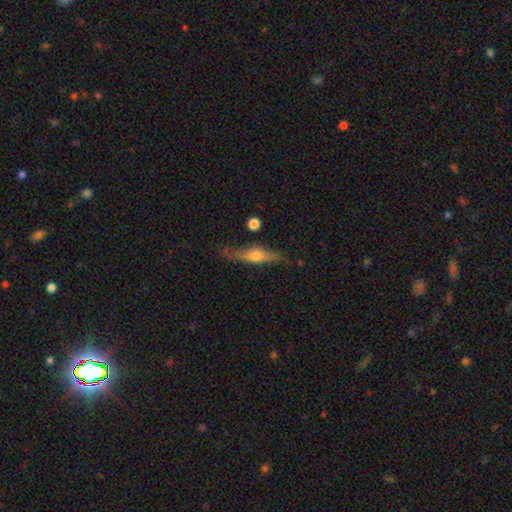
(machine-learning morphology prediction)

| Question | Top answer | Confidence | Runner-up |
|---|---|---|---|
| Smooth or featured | featured or disk | 58% | smooth (36%) |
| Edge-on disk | yes | 88% | no (12%) |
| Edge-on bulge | rounded | 87% | none (7%) |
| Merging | none | 71% | minor disturbance (20%) |